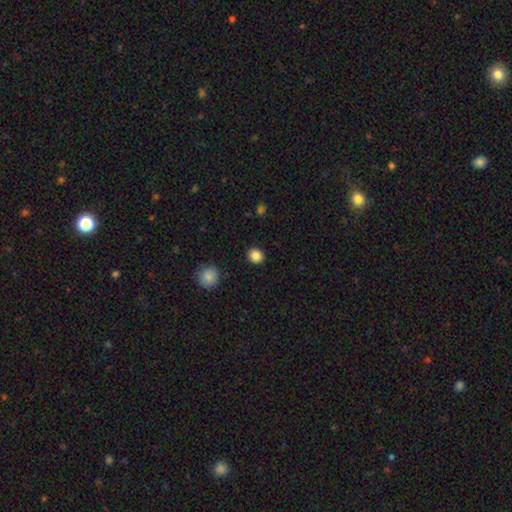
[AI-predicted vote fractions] Smooth or featured?
  - smooth: 86% *
  - star or artifact: 10%
  - featured or disk: 4%
How rounded?
  - round: 84% *
  - in between: 15%
  - cigar-shaped: 1%
Merging?
  - none: 91% *
  - minor disturbance: 6%
  - major disturbance: 2%
  - merger: 1%